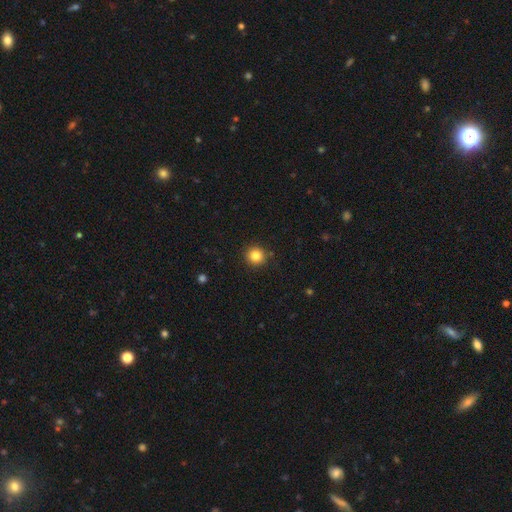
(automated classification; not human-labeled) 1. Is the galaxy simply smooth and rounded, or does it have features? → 84% smooth, 11% star or artifact, 5% featured or disk.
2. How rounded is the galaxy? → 94% round, 5% in between, 1% cigar-shaped.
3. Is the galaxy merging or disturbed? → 90% none, 6% minor disturbance, 2% major disturbance, 1% merger.